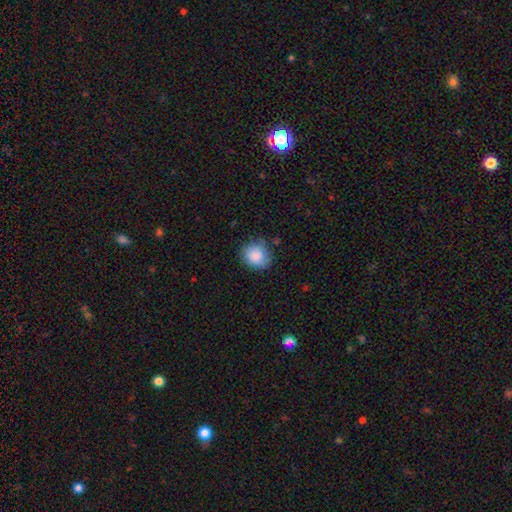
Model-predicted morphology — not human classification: Smooth or featured?
  - smooth: 86% *
  - star or artifact: 7%
  - featured or disk: 6%
How rounded?
  - round: 77% *
  - in between: 22%
  - cigar-shaped: 1%
Merging?
  - none: 72% *
  - minor disturbance: 21%
  - major disturbance: 5%
  - merger: 2%